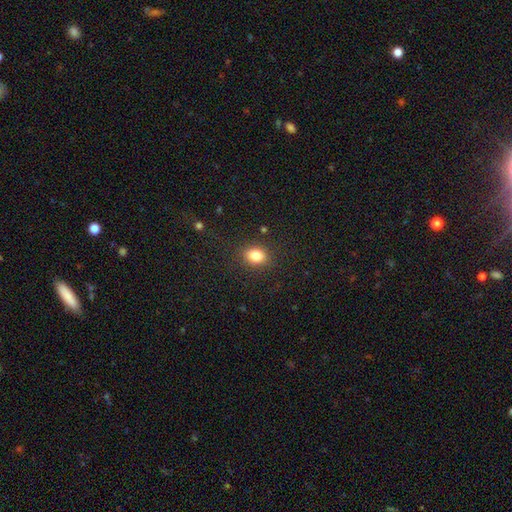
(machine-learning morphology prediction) Smooth or featured: smooth — 83% (star or artifact — 11%)
How rounded: in between — 55% (round — 44%)
Merging: none — 86% (minor disturbance — 10%)